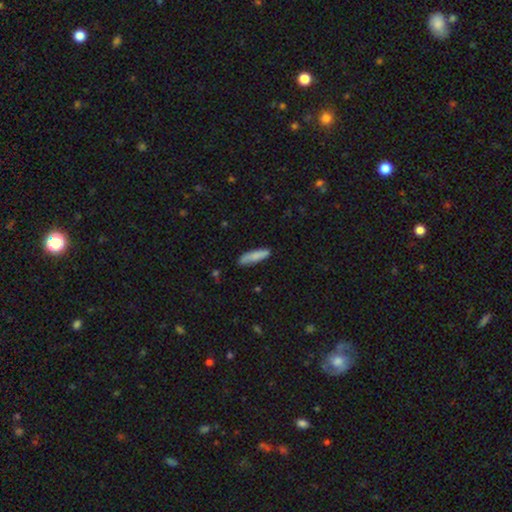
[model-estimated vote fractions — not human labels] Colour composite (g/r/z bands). It shows a smooth galaxy with no disk features (82%) that is cigar-shaped (70%). Merging: none (80%).